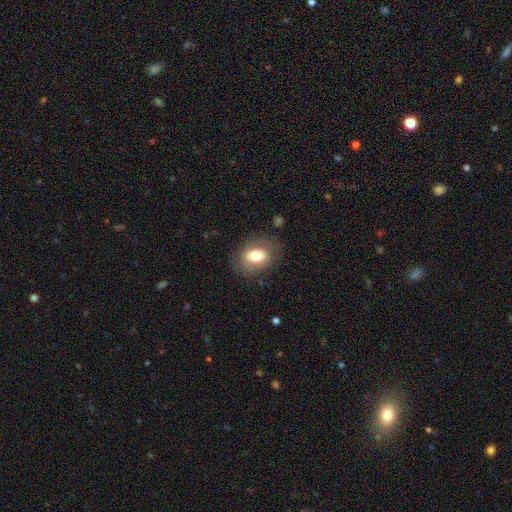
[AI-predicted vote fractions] A smooth galaxy with no disk features (66%) that is in between round and cigar-shaped (80%).

Vote fractions:
- Smooth or featured? smooth: 66% / featured or disk: 26% / star or artifact: 8%
- How rounded? in between: 80% / round: 18% / cigar-shaped: 2%
- Merging? none: 78% / minor disturbance: 14% / major disturbance: 7% / merger: 1%